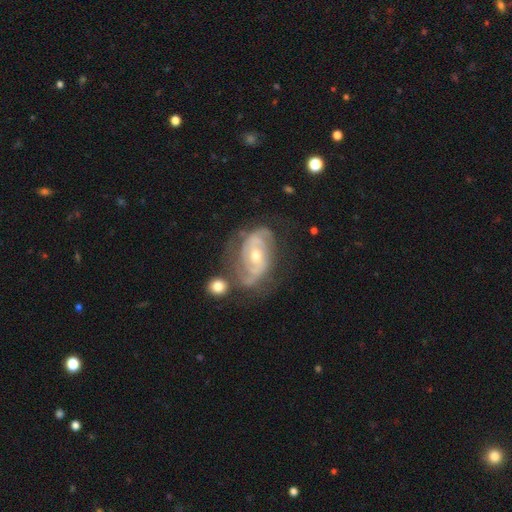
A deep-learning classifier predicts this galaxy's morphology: smooth_or_featured: featured or disk (p=0.85) [alt: smooth p=0.10]
disk_edge_on: no (p=0.96) [alt: yes p=0.04]
bar: no (p=0.50) [alt: weak p=0.34]
has_spiral_arms: yes (p=0.90) [alt: no p=0.10]
spiral_winding: tight (p=0.52) [alt: medium p=0.35]
spiral_arm_count: 2 (p=0.53) [alt: can't tell p=0.26]
bulge_size: moderate (p=0.55) [alt: small p=0.41]
merging: none (p=0.54) [alt: minor disturbance p=0.23]